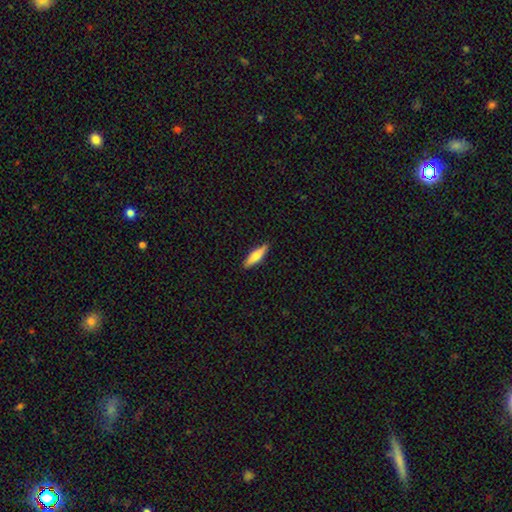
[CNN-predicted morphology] This appears to be a smooth galaxy with no disk features (68%) that is cigar-shaped (68%). Merging: none (88%).